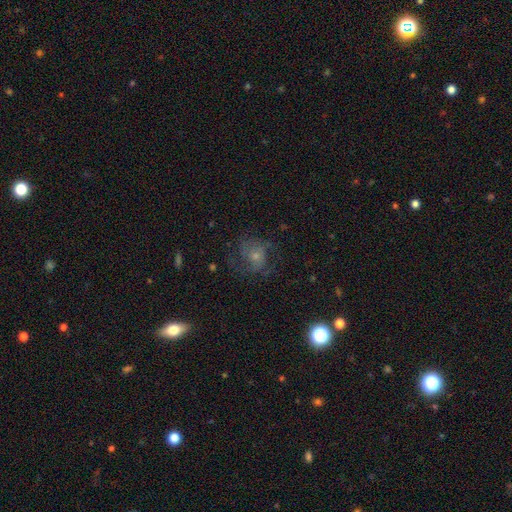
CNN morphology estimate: Smooth or featured? featured or disk (49%)
Merging? none (55%)